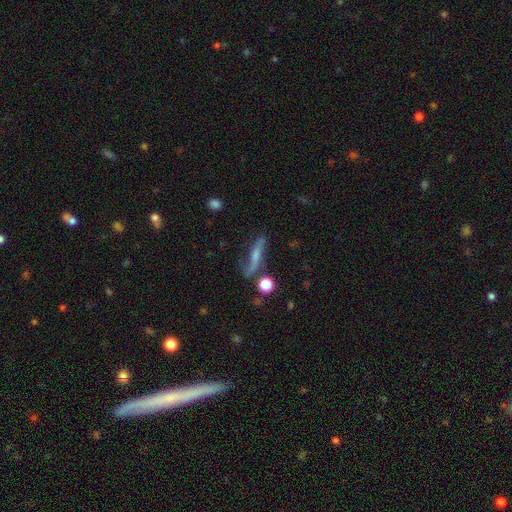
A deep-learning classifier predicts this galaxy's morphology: Q: Smooth or featured?
A: featured or disk (63%); runner-up: smooth (26%)
Q: Edge-on disk?
A: yes (51%); runner-up: no (49%)
Q: Merging?
A: none (62%); runner-up: minor disturbance (22%)